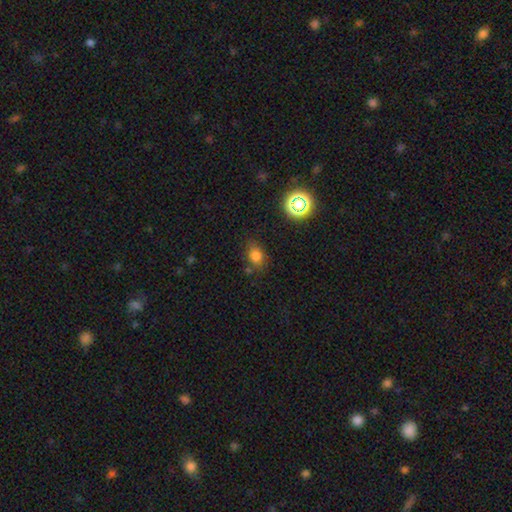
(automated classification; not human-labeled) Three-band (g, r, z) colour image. It shows a smooth galaxy with no disk features (76%) that is in between round and cigar-shaped (59%). Merging: none (70%).